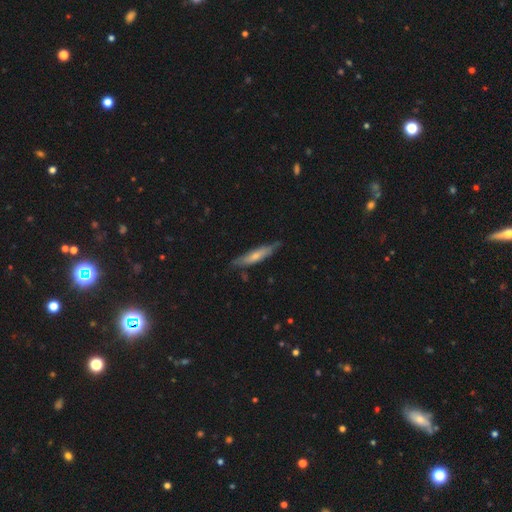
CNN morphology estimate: Smooth or featured: smooth — 56% (featured or disk — 39%)
How rounded: cigar-shaped — 83% (in between — 15%)
Merging: none — 73% (minor disturbance — 21%)